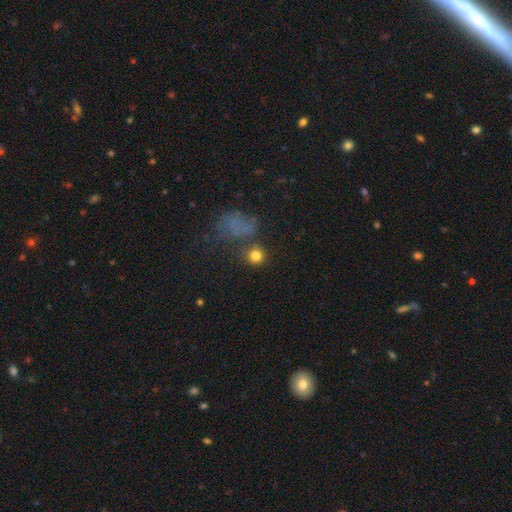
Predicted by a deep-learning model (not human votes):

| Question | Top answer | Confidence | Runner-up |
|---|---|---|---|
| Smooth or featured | smooth | 80% | star or artifact (14%) |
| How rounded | round | 90% | in between (9%) |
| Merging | none | 73% | merger (11%) |